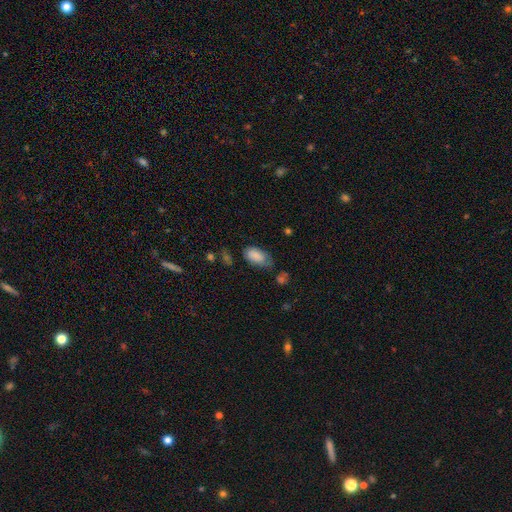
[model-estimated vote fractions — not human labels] Smooth or featured? Predicted: smooth (p=0.85). How rounded? Predicted: in between (p=0.93). Merging? Predicted: none (p=0.52).